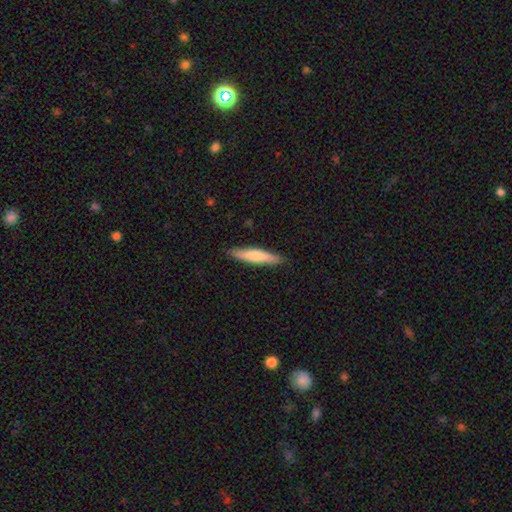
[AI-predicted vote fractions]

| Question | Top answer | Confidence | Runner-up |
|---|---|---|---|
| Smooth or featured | smooth | 68% | featured or disk (26%) |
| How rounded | cigar-shaped | 86% | in between (13%) |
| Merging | none | 89% | minor disturbance (9%) |